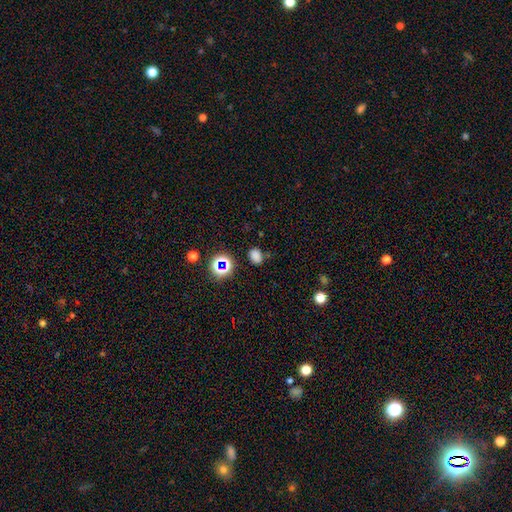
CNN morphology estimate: This is likely a smooth galaxy (71%). How rounded: likely in between (69%). Merging: likely none (78%).